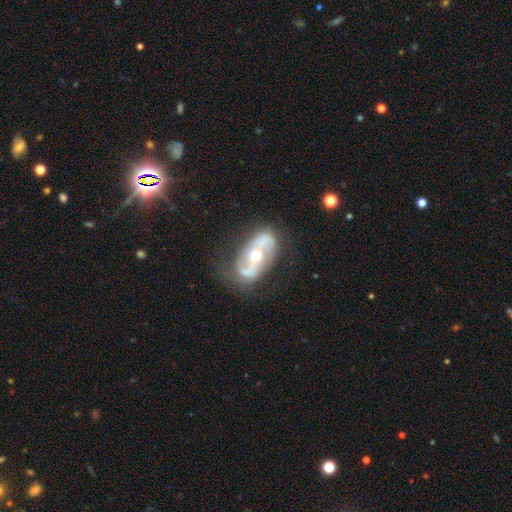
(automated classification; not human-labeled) featured or disk 82%, smooth 12%, star or artifact 6%. Down the decision tree: edge-on disk — no (94%); bar — no (39%); spiral arms — yes (85%); spiral arm count — 2 (87%); spiral winding — loose (45%); bulge size — moderate (63%); merging — none (67%).